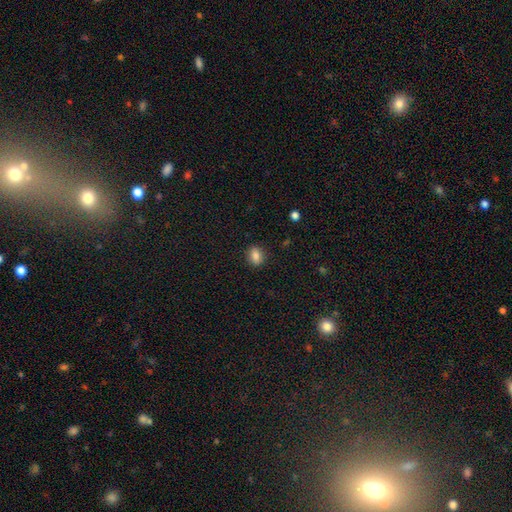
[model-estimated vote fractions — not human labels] Smooth or featured? Predicted: smooth (p=0.83). How rounded? Predicted: in between (p=0.62). Merging? Predicted: none (p=0.87).